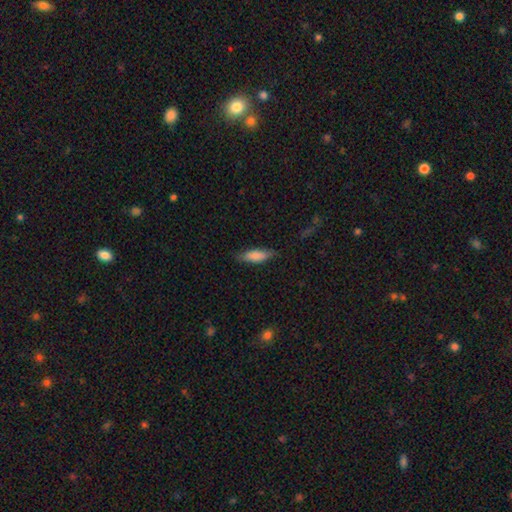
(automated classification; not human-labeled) Smooth or featured?
  - smooth: 82% *
  - featured or disk: 12%
  - star or artifact: 6%
How rounded?
  - in between: 54% *
  - cigar-shaped: 44%
  - round: 2%
Merging?
  - none: 78% *
  - minor disturbance: 17%
  - major disturbance: 3%
  - merger: 1%